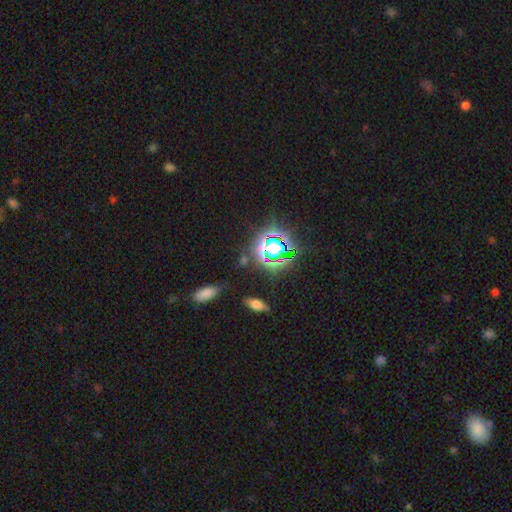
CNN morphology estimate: This appears to be a star or artifact, not a galaxy (72%).